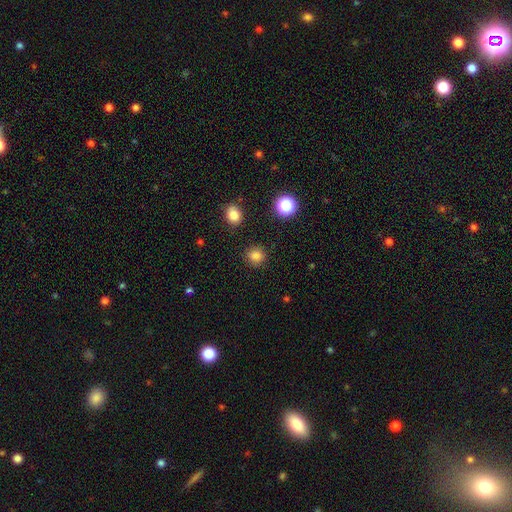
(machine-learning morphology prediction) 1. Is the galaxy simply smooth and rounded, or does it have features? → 83% smooth, 13% star or artifact, 4% featured or disk.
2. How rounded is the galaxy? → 88% round, 11% in between, 1% cigar-shaped.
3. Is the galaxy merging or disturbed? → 88% none, 7% minor disturbance, 2% major disturbance, 2% merger.